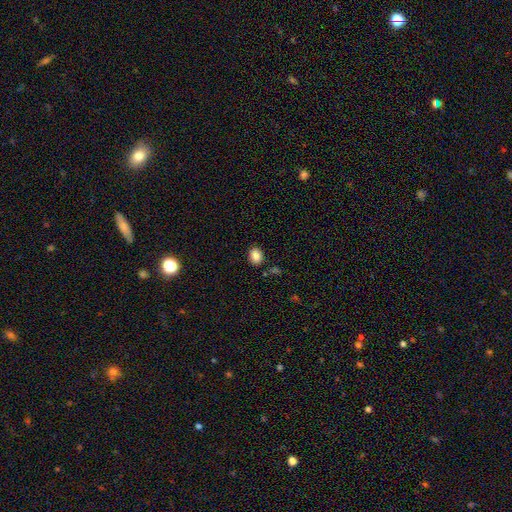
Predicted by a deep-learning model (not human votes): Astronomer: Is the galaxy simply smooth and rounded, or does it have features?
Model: smooth — 86%.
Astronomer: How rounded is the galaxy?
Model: in between — 56% (runner-up: round, 43%).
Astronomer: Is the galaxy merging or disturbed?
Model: none — 85%.